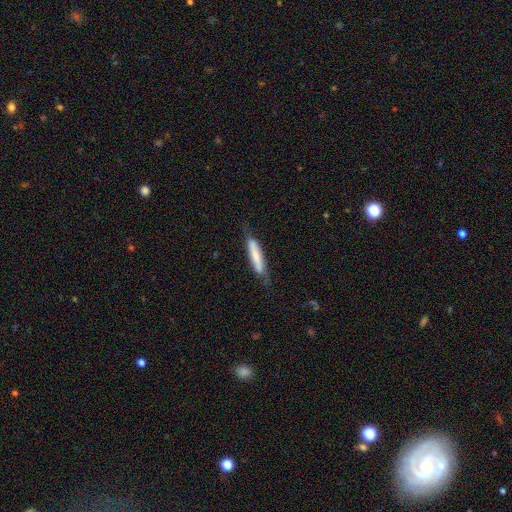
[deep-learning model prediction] A smooth galaxy with no disk features (62%) that is cigar-shaped (87%).

Vote fractions:
- Smooth or featured? smooth: 62% / featured or disk: 33% / star or artifact: 6%
- How rounded? cigar-shaped: 87% / in between: 12% / round: 1%
- Merging? none: 62% / minor disturbance: 27% / major disturbance: 8% / merger: 3%